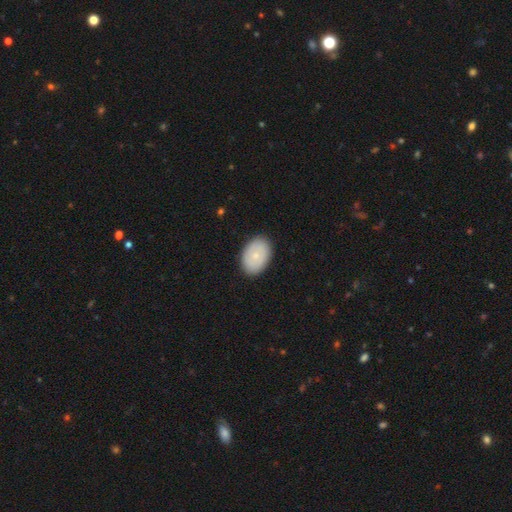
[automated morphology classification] Overall: smooth (74%). How rounded: in between (84%). Merging: none (88%).